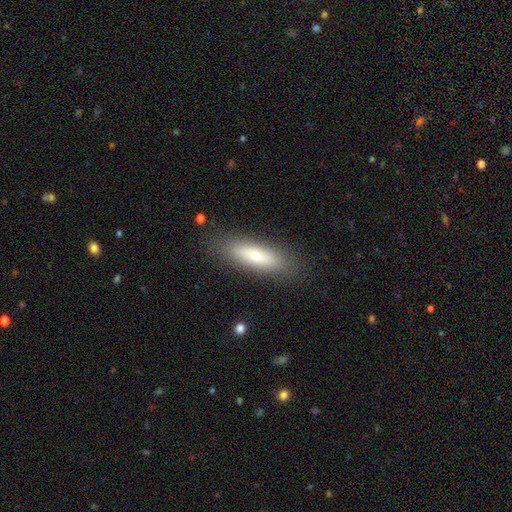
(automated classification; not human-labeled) Morphology: type=smooth (72%); roundness=cigar-shaped (57%); merging=none (85%).